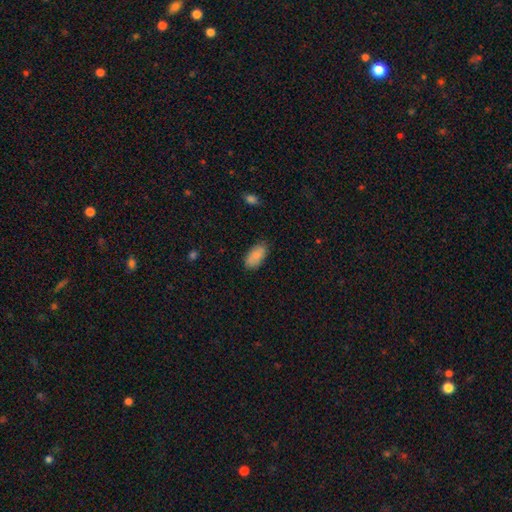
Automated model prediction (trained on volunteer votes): Smooth or featured? smooth (84%)
How rounded? in between (94%)
Merging? none (80%)